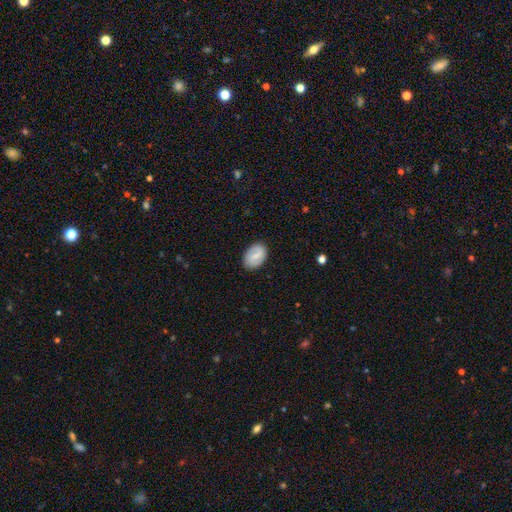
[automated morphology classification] smooth_or_featured: smooth (p=0.55) [alt: featured or disk p=0.38]
how_rounded: in between (p=0.83) [alt: round p=0.15]
merging: none (p=0.85) [alt: minor disturbance p=0.11]